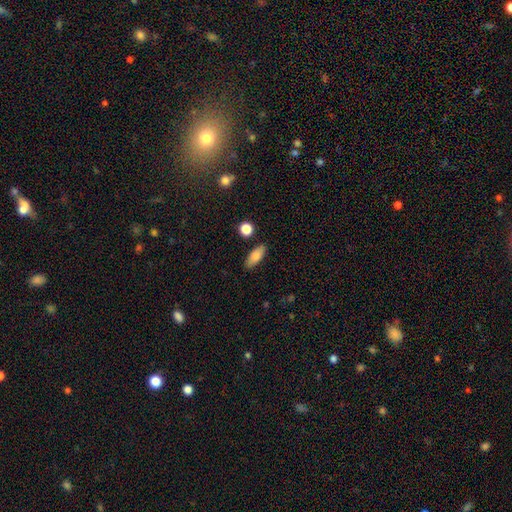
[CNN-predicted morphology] type=smooth (80%); roundness=in between (74%); merging=none (86%).